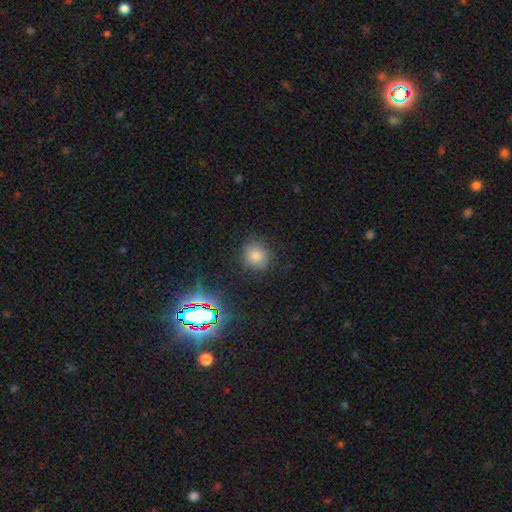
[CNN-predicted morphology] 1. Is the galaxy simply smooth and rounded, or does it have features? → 71% smooth, 21% star or artifact, 8% featured or disk.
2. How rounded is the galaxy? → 80% round, 19% in between, 1% cigar-shaped.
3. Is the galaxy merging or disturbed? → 84% none, 11% minor disturbance, 3% major disturbance, 1% merger.